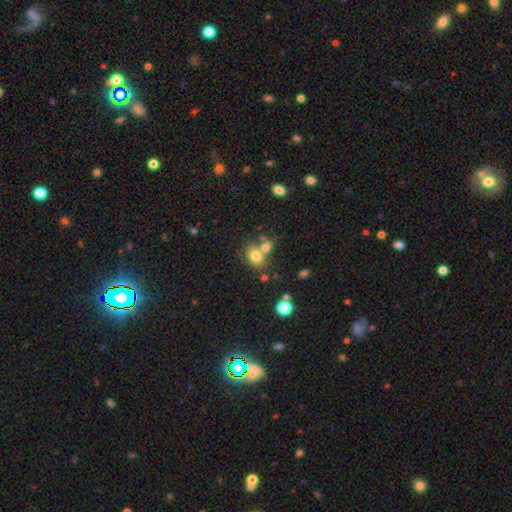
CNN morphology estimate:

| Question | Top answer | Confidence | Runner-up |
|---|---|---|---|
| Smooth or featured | smooth | 76% | star or artifact (13%) |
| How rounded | in between | 60% | round (39%) |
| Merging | none | 44% | merger (40%) |